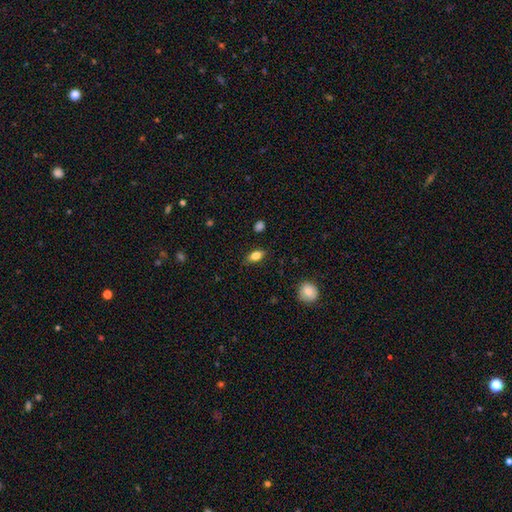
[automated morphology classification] Overall: smooth (81%). How rounded: in between (85%). Merging: none (84%).